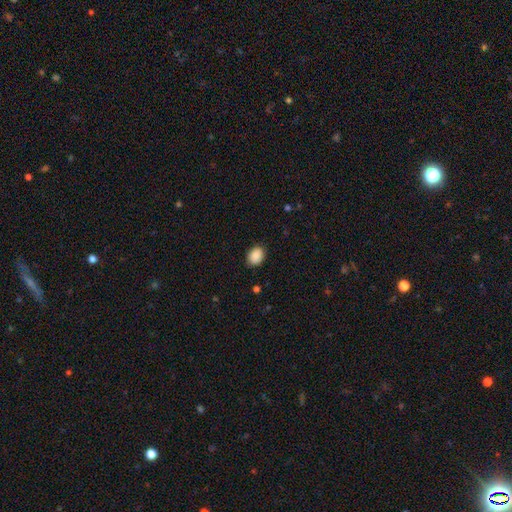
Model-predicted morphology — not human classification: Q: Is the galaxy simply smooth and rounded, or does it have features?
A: smooth — 89%.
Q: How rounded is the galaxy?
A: in between — 63%.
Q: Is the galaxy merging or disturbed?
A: none — 87%.